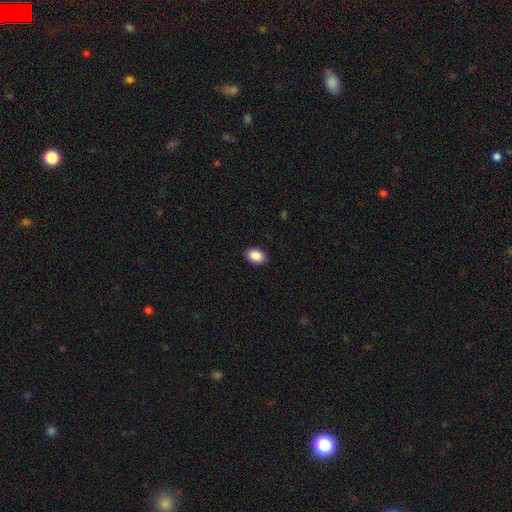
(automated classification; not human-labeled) A smooth galaxy with no disk features (90%) that is in between round and cigar-shaped (84%).

Vote fractions:
- Smooth or featured? smooth: 90% / star or artifact: 7% / featured or disk: 3%
- How rounded? in between: 84% / round: 15% / cigar-shaped: 1%
- Merging? none: 90% / minor disturbance: 7% / major disturbance: 2% / merger: 1%